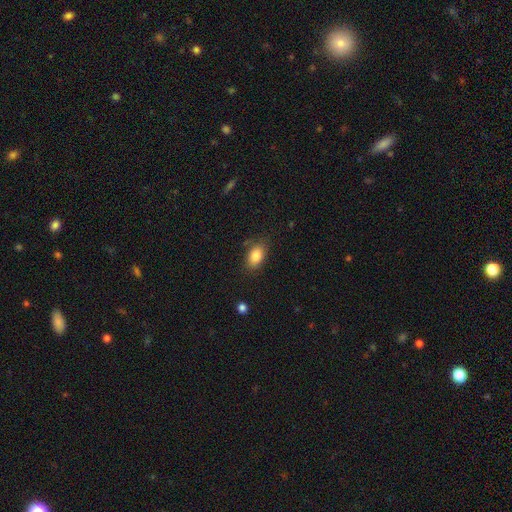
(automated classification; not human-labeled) Smooth or featured? smooth (85%)
How rounded? in between (86%)
Merging? none (76%)